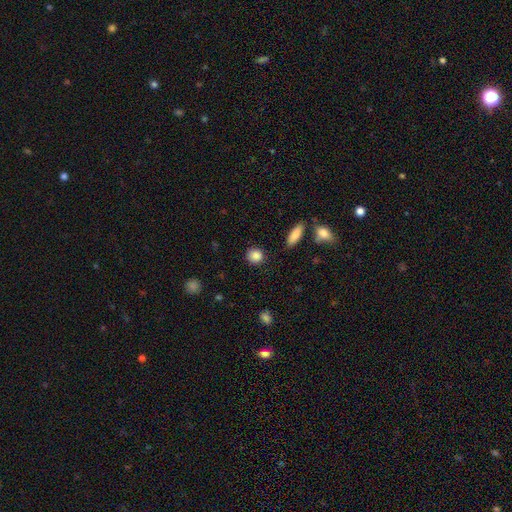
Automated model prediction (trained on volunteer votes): Morphology: type=smooth (87%); roundness=round (85%); merging=none (87%).